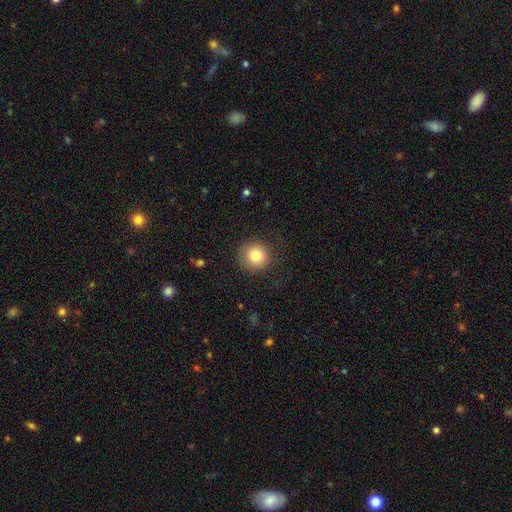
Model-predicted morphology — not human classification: A smooth galaxy with no disk features (82%) that is round (94%).

Vote fractions:
- Smooth or featured? smooth: 82% / star or artifact: 10% / featured or disk: 9%
- How rounded? round: 94% / in between: 5% / cigar-shaped: 1%
- Merging? none: 86% / minor disturbance: 9% / major disturbance: 4% / merger: 1%